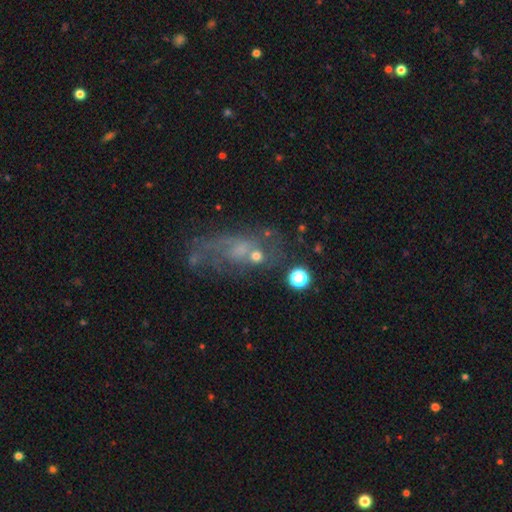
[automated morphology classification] Smooth or featured? featured or disk (49%)
Merging? none (38%)